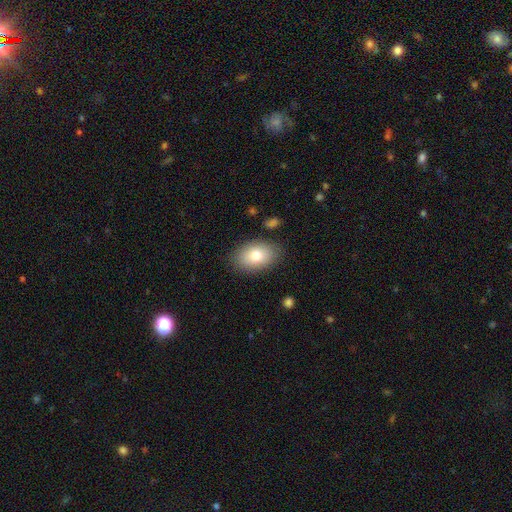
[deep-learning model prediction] This is likely a smooth galaxy (78%). How rounded: clearly in between (87%). Merging: clearly none (84%).